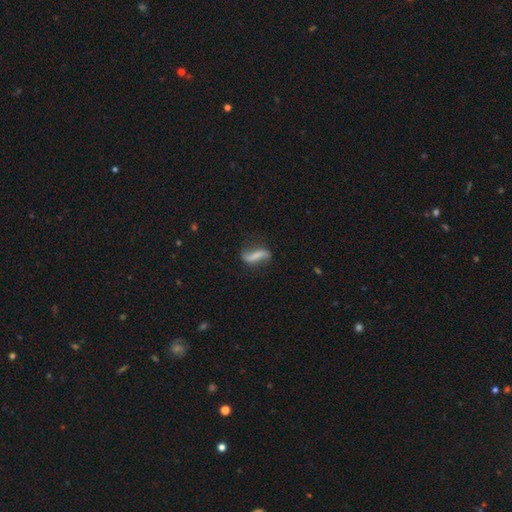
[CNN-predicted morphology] Smooth or featured? Predicted: featured or disk (p=0.57). Edge-on disk? Predicted: no (p=0.84). Merging? Predicted: none (p=0.65).